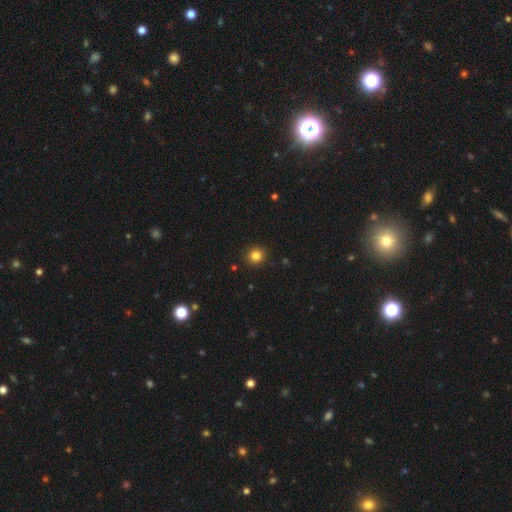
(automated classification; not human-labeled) This appears to be a smooth galaxy with no disk features (83%) that is round (92%). Merging: none (92%).